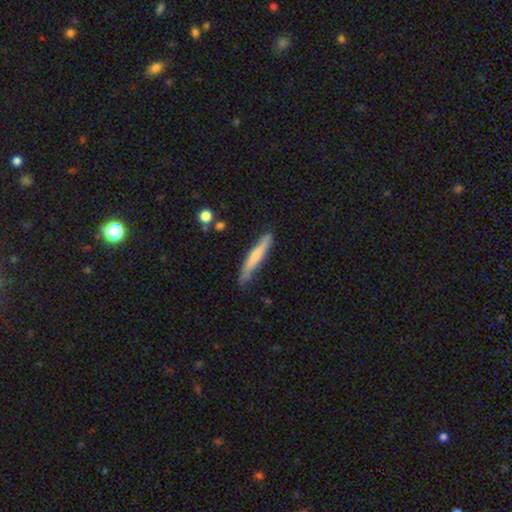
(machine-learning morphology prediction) A smooth galaxy with no disk features (63%) that is cigar-shaped (93%).

Vote fractions:
- Smooth or featured? smooth: 63% / featured or disk: 32% / star or artifact: 5%
- How rounded? cigar-shaped: 93% / in between: 6% / round: 1%
- Merging? none: 72% / minor disturbance: 22% / major disturbance: 4% / merger: 3%